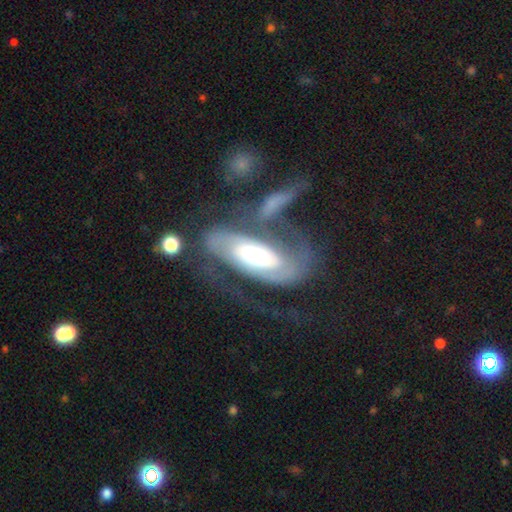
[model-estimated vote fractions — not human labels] Smooth or featured? featured or disk (79%)
Edge-on disk? no (90%)
Bar? no (40%)
Spiral arms? yes (92%)
Spiral winding? medium (41%)
Spiral arm count? 2 (78%)
Bulge size? large (45%)
Merging? none (35%)